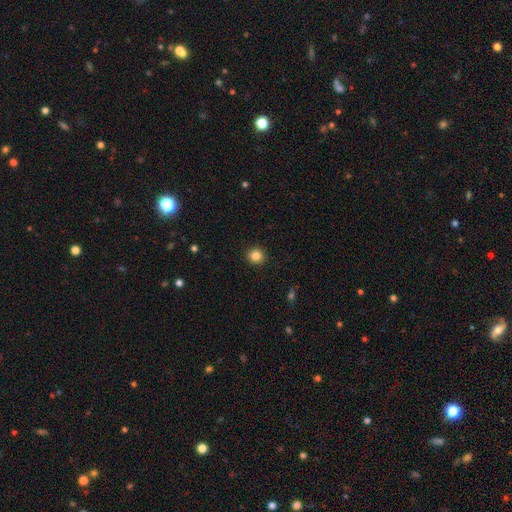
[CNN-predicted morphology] A smooth galaxy with no disk features (84%) that is round (93%). Merging: none (93%).